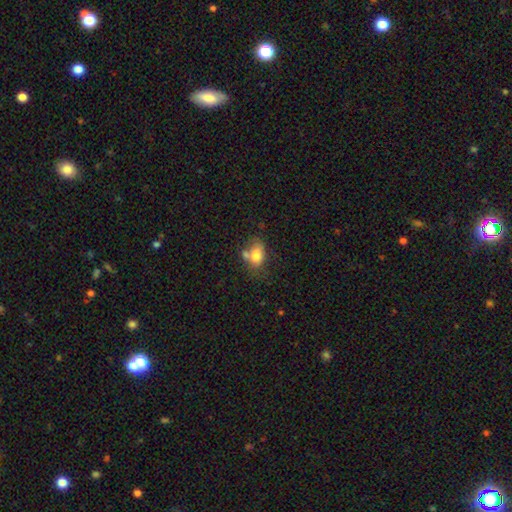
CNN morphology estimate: A smooth galaxy with no disk features (76%) that is in between round and cigar-shaped (80%). Merging: none (42%).